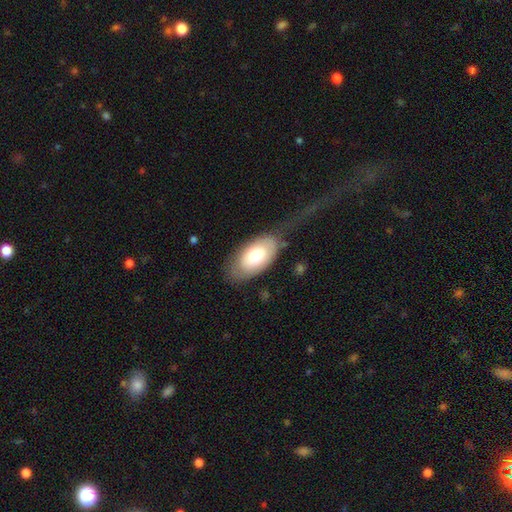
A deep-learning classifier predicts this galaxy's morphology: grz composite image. It shows a smooth galaxy with no disk features (72%) that is in between round and cigar-shaped (95%). Merging: none (53%).